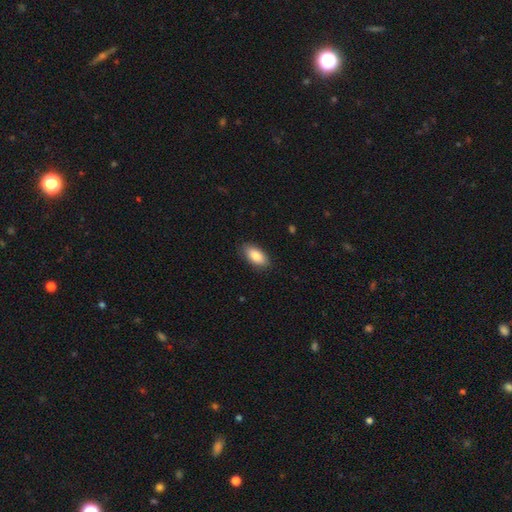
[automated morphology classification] Q: Smooth or featured?
A: smooth (87%); runner-up: featured or disk (7%)
Q: How rounded?
A: in between (93%); runner-up: cigar-shaped (4%)
Q: Merging?
A: none (87%); runner-up: minor disturbance (10%)